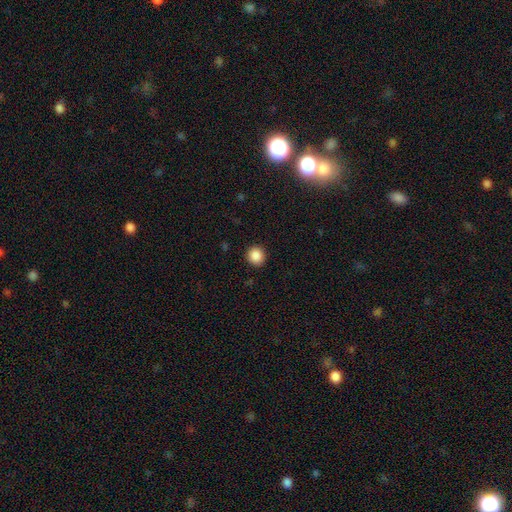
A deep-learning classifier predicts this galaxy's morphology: The model was most divided on "smooth or featured": smooth: 88%, star or artifact: 9%, featured or disk: 3%. More confident: merging — none (92%); how rounded — round (92%).